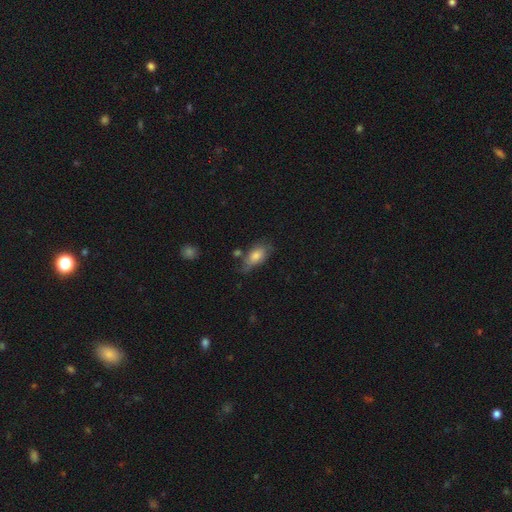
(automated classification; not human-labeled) This appears to be a smooth galaxy with no disk features (75%) that is in between round and cigar-shaped (87%). Merging: none (47%).